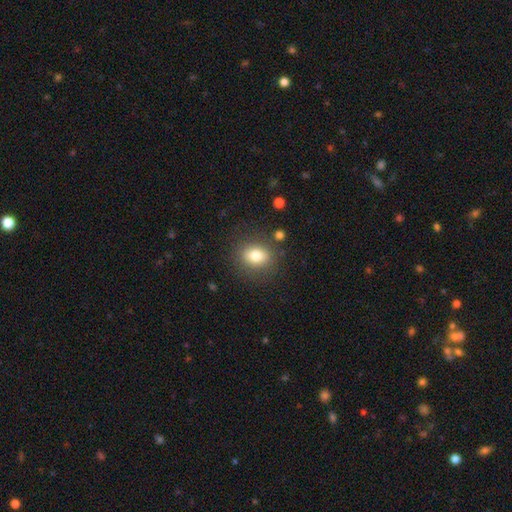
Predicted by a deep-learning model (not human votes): Morphology: type=smooth (78%); roundness=round (60%); merging=none (83%).